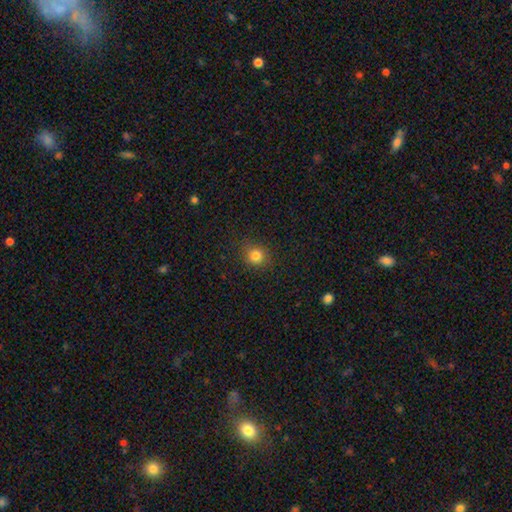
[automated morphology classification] Smooth or featured? Predicted: smooth (p=0.81). How rounded? Predicted: round (p=0.81). Merging? Predicted: none (p=0.86).